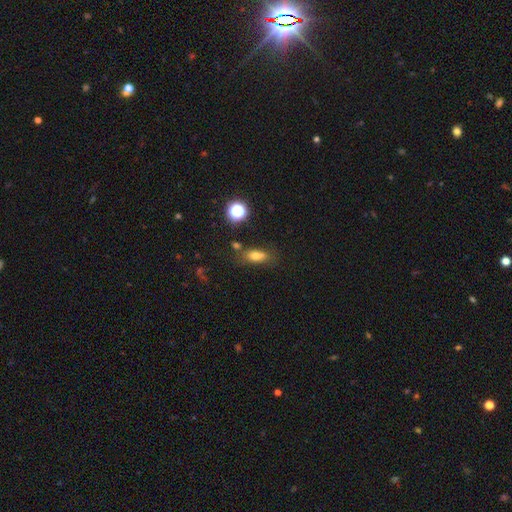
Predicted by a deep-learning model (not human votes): smooth 70%, star or artifact 16%, featured or disk 13%. Down the decision tree: how rounded — in between (69%); merging — none (60%).